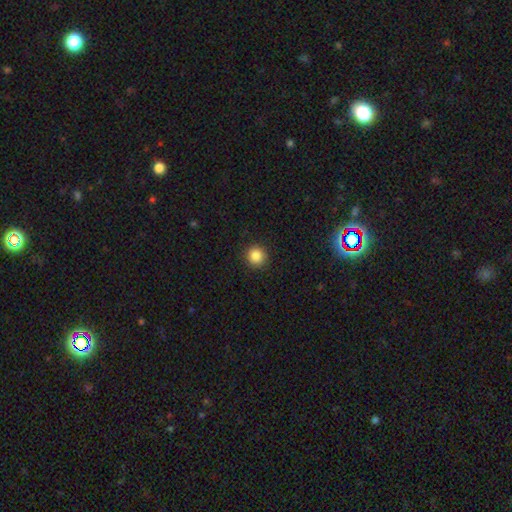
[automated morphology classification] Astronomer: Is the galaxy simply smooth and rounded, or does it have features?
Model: smooth — 86%.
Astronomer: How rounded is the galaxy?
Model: round — 93%.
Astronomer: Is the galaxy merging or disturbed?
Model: none — 91%.